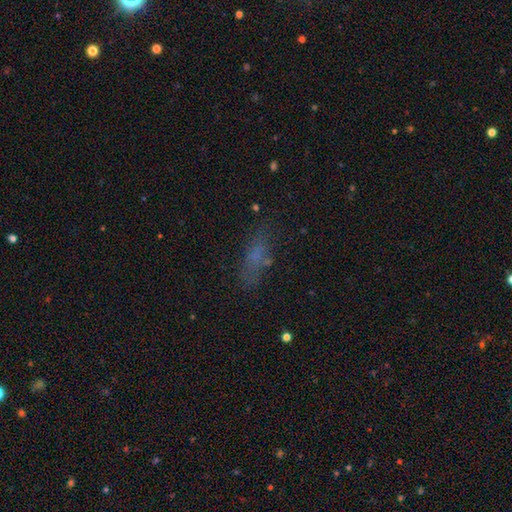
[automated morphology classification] Q: Smooth or featured?
A: smooth (60%); runner-up: featured or disk (20%)
Q: How rounded?
A: in between (53%); runner-up: cigar-shaped (43%)
Q: Merging?
A: none (66%); runner-up: minor disturbance (19%)